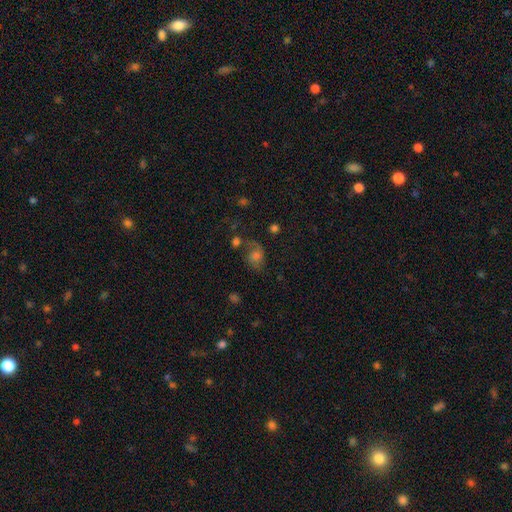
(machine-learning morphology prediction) smooth-or-featured: featured or disk: 41% | smooth: 38% | star or artifact: 21%
  merging: none: 51% | minor disturbance: 20% | major disturbance: 16% | merger: 13%